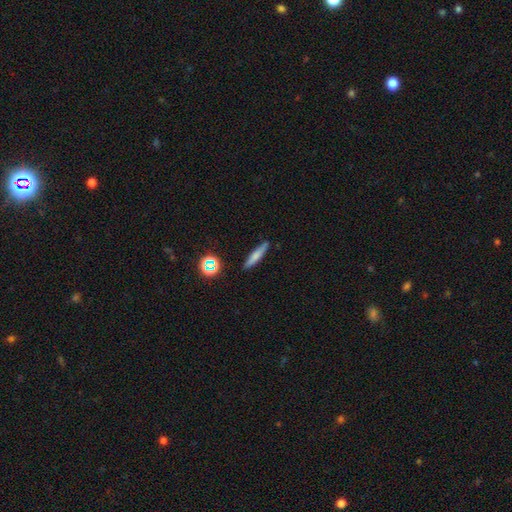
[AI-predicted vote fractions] A smooth galaxy with no disk features (67%) that is cigar-shaped (88%). Merging: none (86%).